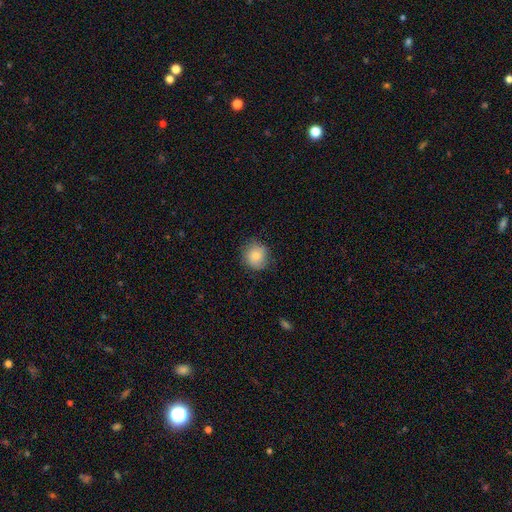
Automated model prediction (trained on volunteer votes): Morphology: type=smooth (81%); roundness=round (87%); merging=none (81%).